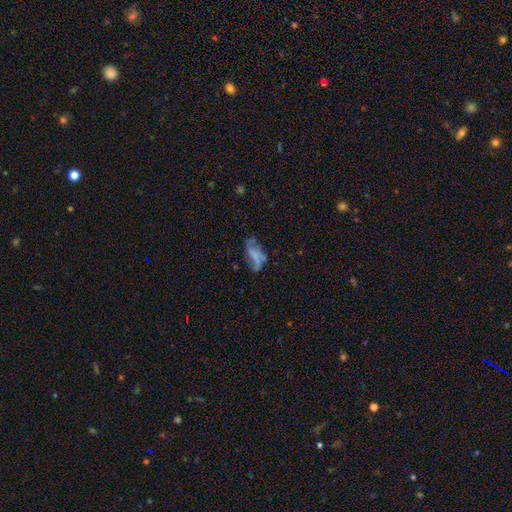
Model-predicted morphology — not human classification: Overall: smooth (45%; featured or disk 42%). Merging: none (35%; major disturbance 32%).